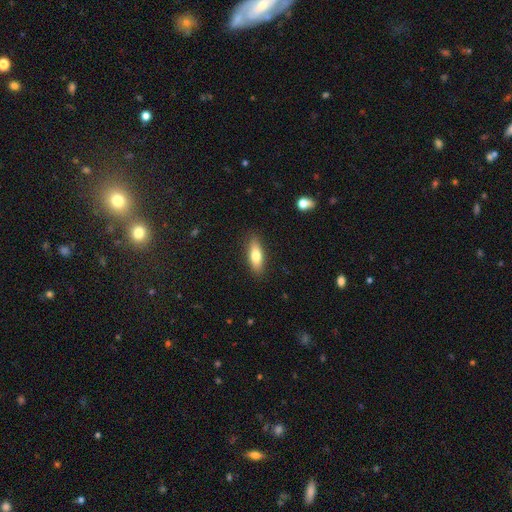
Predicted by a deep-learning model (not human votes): This appears to be a smooth galaxy with no disk features (74%) that is in between round and cigar-shaped (60%). Merging: none (87%).